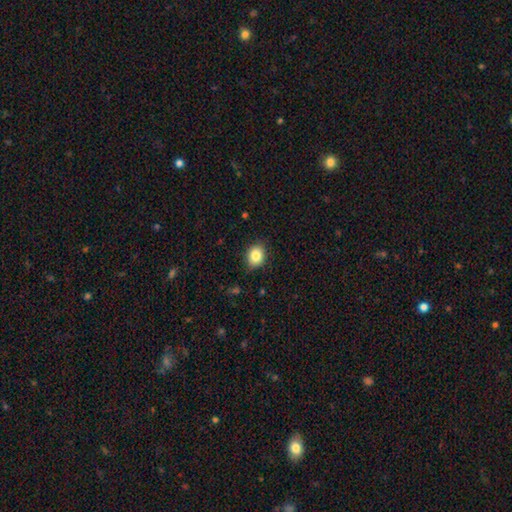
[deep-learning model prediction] Overall: smooth (85%). How rounded: round (57%; in between 42%). Merging: none (86%).